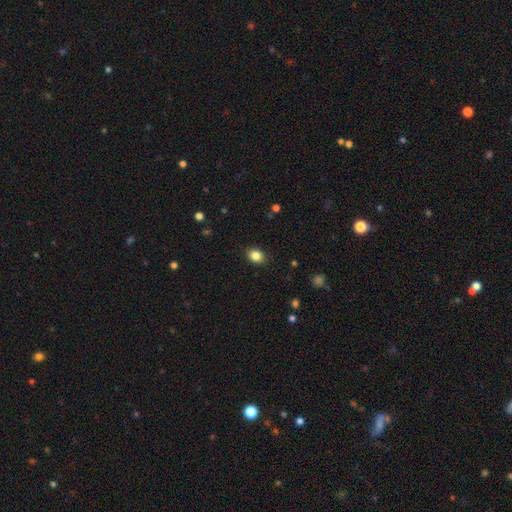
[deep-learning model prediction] A smooth galaxy with no disk features (85%) that is in between round and cigar-shaped (62%). Merging: none (88%).